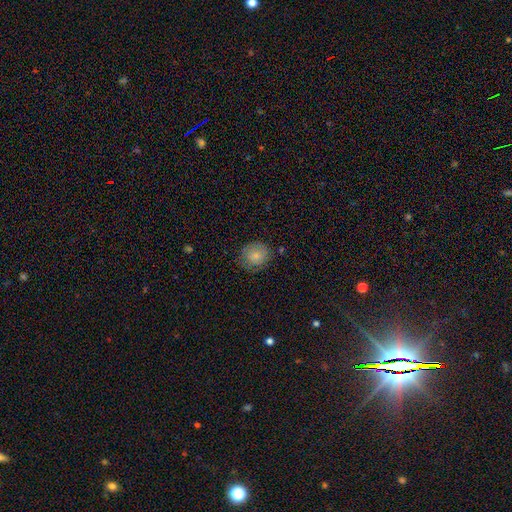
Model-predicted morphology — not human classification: Smooth or featured? smooth (81%)
How rounded? round (83%)
Merging? none (77%)